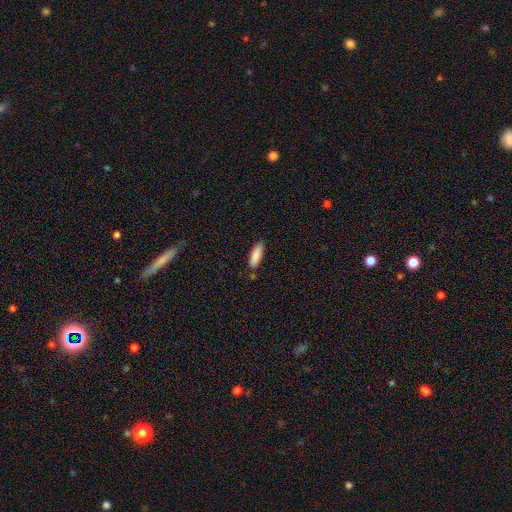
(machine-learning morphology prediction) Smooth or featured? smooth (88%)
How rounded? in between (54%)
Merging? none (80%)